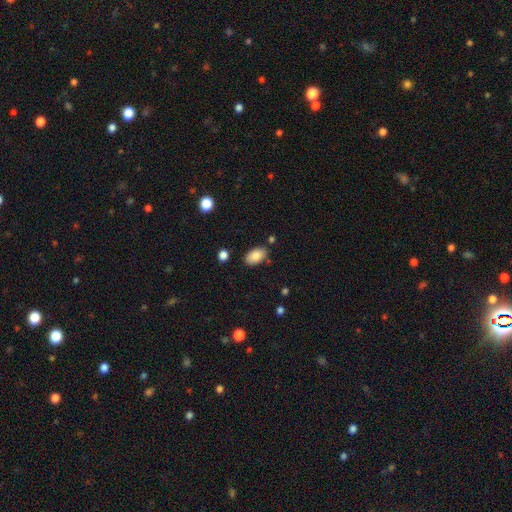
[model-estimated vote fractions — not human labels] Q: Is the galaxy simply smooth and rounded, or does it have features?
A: smooth — 84%.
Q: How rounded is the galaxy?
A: in between — 94%.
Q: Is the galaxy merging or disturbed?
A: none — 82%.